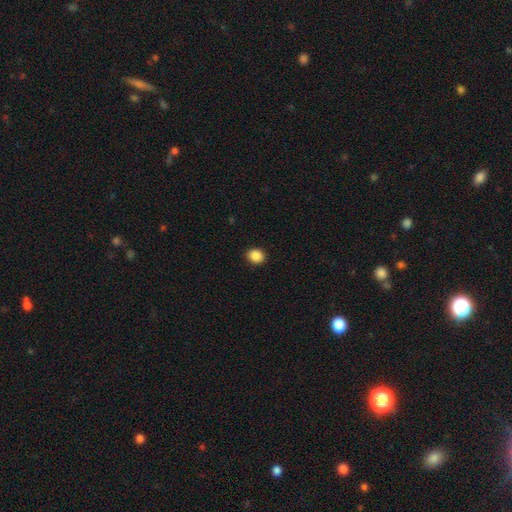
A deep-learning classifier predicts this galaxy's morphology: Smooth or featured?
  - smooth: 88% *
  - star or artifact: 9%
  - featured or disk: 3%
How rounded?
  - round: 65% *
  - in between: 34%
  - cigar-shaped: 1%
Merging?
  - none: 92% *
  - minor disturbance: 6%
  - major disturbance: 2%
  - merger: 1%